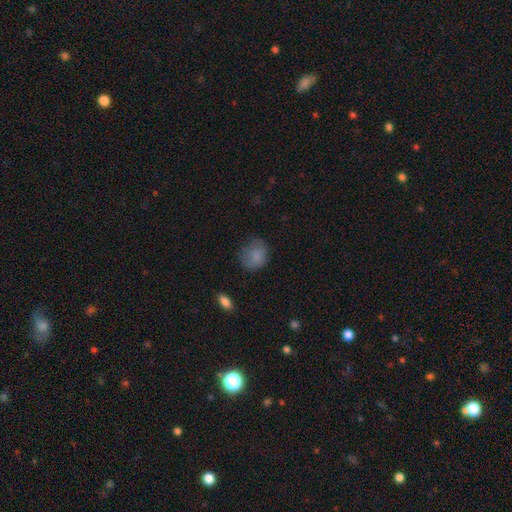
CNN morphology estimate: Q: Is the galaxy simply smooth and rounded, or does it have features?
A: smooth — 80%.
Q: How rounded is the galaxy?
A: round — 64%.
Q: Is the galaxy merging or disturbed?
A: none — 58%.